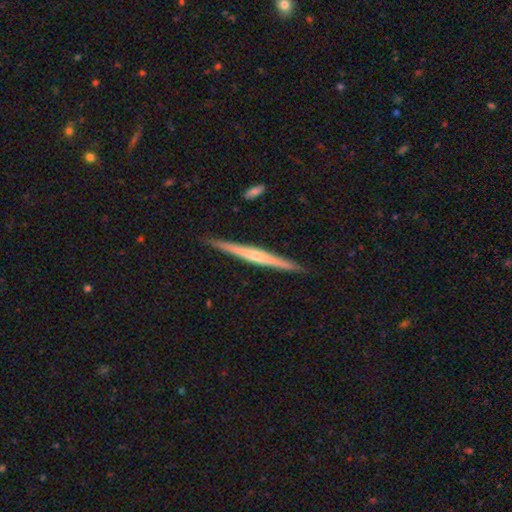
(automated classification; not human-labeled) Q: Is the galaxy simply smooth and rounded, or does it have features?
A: featured or disk — 73%.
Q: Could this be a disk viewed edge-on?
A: yes — 98%.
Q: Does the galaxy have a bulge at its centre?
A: rounded — 64%.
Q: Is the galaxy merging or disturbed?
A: none — 91%.